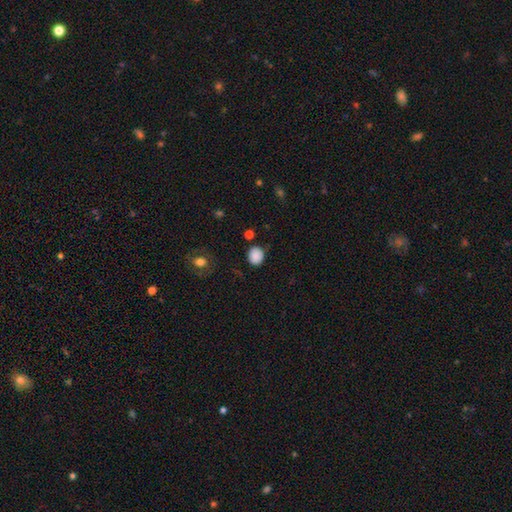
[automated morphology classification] Smooth or featured? Predicted: smooth (p=0.86). How rounded? Predicted: round (p=0.67). Merging? Predicted: none (p=0.84).